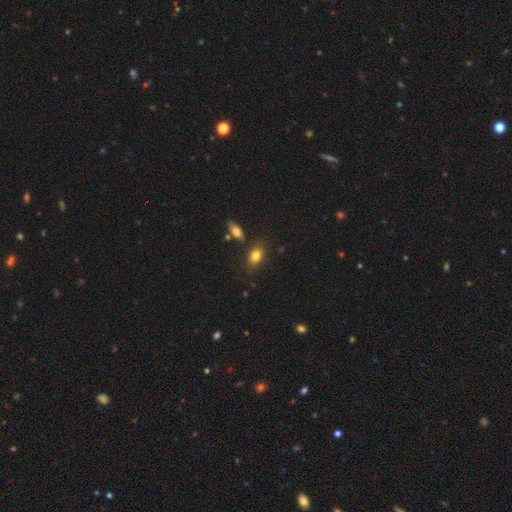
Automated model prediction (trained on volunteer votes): This appears to be a smooth galaxy with no disk features (82%) that is in between round and cigar-shaped (78%). Merging: none (77%).